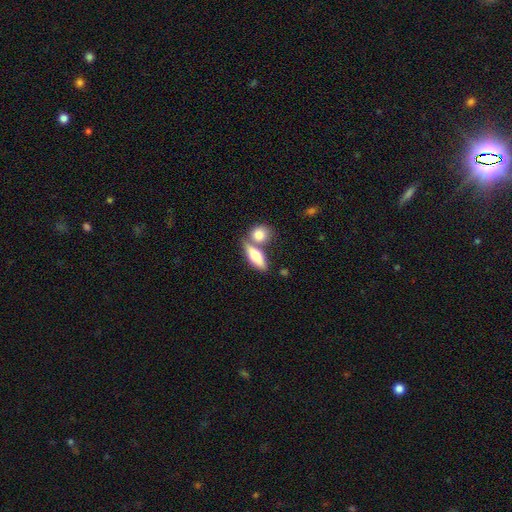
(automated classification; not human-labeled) Overall: smooth (72%). How rounded: in between (66%; cigar-shaped 27%). Merging: merger (43%, tied with none).